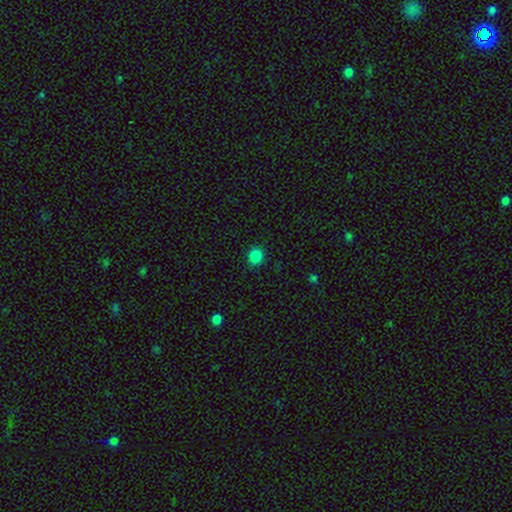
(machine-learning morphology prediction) smooth-or-featured: smooth: 85% | star or artifact: 12% | featured or disk: 3%
  how-rounded: round: 85% | in between: 14% | cigar-shaped: 1%
  merging: none: 89% | minor disturbance: 8% | major disturbance: 2% | merger: 1%